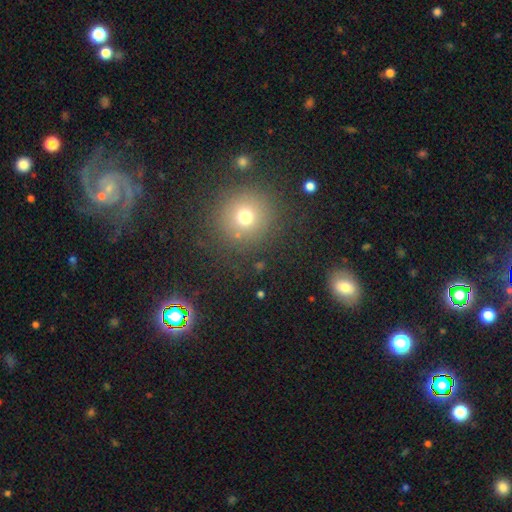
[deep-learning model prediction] The model was most divided on "smooth or featured": smooth: 40%, star or artifact: 33%, featured or disk: 27%. More confident: merging — none (88%).